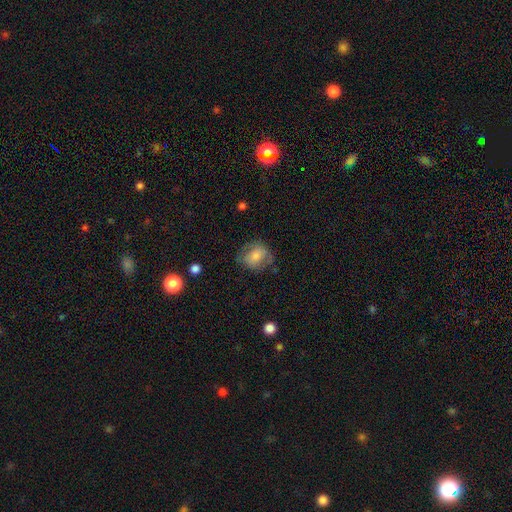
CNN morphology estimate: A smooth galaxy with no disk features (58%) that is round (59%).

Vote fractions:
- Smooth or featured? smooth: 58% / featured or disk: 32% / star or artifact: 10%
- How rounded? round: 59% / in between: 40% / cigar-shaped: 1%
- Merging? none: 63% / minor disturbance: 22% / major disturbance: 13% / merger: 2%